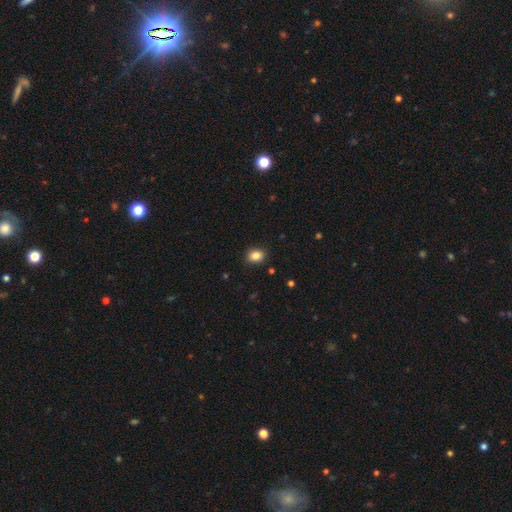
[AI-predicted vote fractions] smooth_or_featured: smooth (p=0.86) [alt: star or artifact p=0.10]
how_rounded: in between (p=0.58) [alt: round p=0.41]
merging: none (p=0.89) [alt: minor disturbance p=0.08]